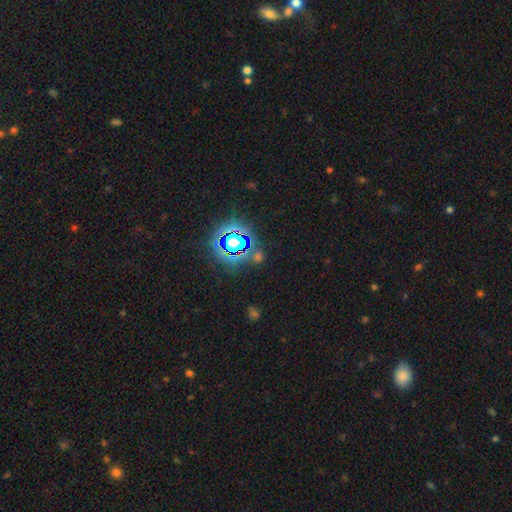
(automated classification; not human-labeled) This is likely a star or artifact rather than a galaxy (73%).